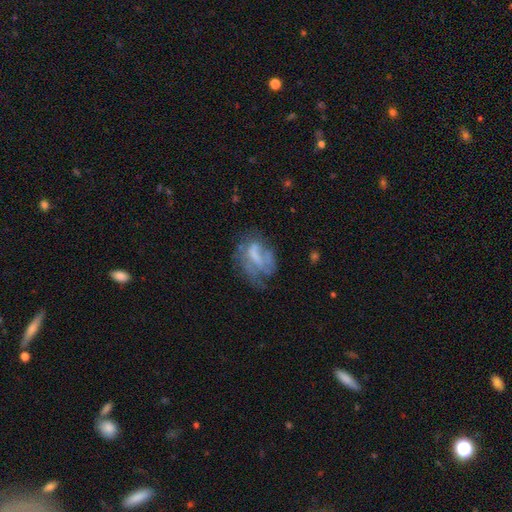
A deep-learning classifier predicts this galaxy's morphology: type=featured or disk (54%); edge-on=no (95%); bar=no (51%); spiral arms=no (64%); bulge=none (51%); merging=none (35%).